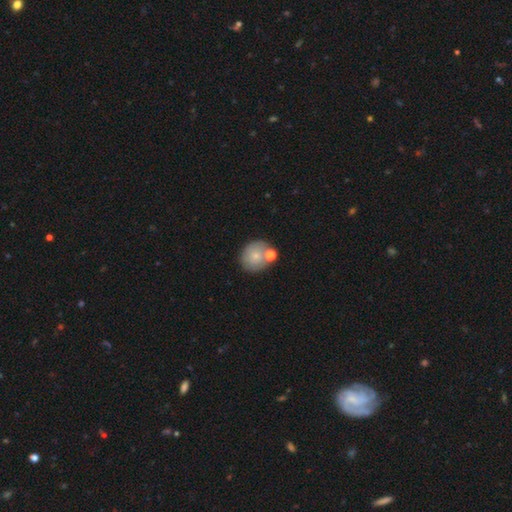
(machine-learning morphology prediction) The model was most divided on "merging": none: 61%, merger: 21%, minor disturbance: 14%, major disturbance: 4%. More confident: how rounded — round (77%); smooth or featured — smooth (73%).